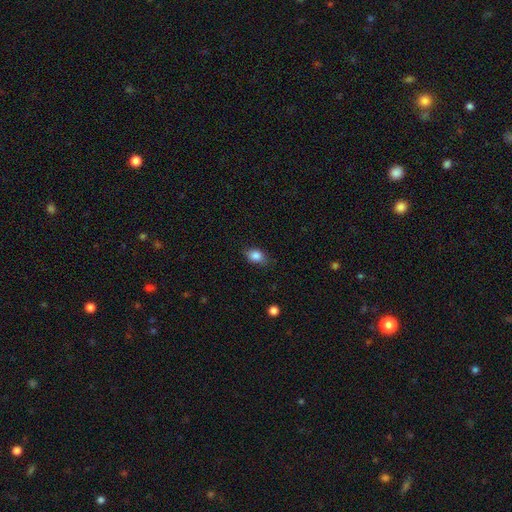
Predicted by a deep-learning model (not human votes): Smooth or featured? Predicted: smooth (p=0.85). How rounded? Predicted: in between (p=0.73). Merging? Predicted: none (p=0.75).